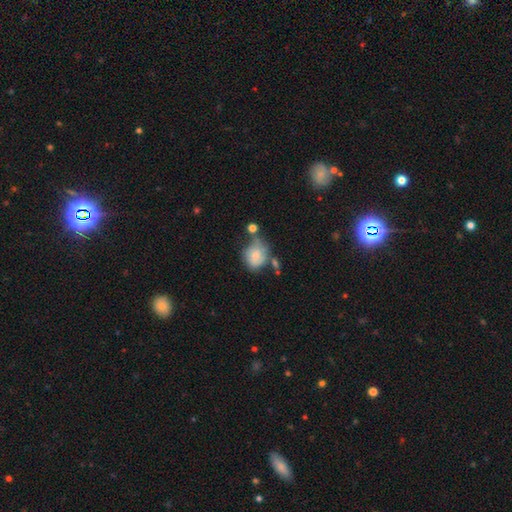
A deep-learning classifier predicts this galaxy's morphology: A smooth galaxy with no disk features (65%) that is round (59%). Merging: none (34%).